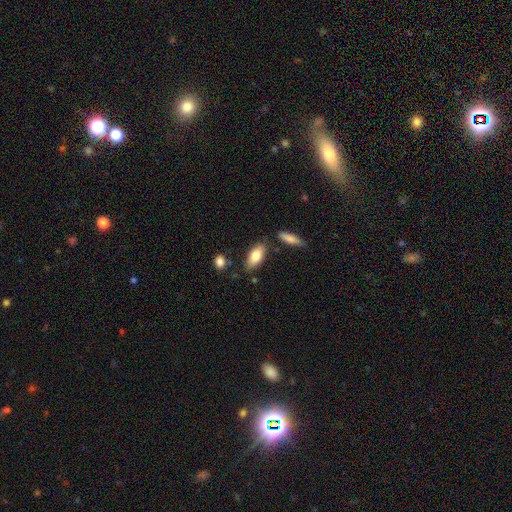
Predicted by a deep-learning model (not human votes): Smooth or featured: smooth — 79% (featured or disk — 14%)
How rounded: in between — 86% (cigar-shaped — 11%)
Merging: none — 77% (minor disturbance — 14%)